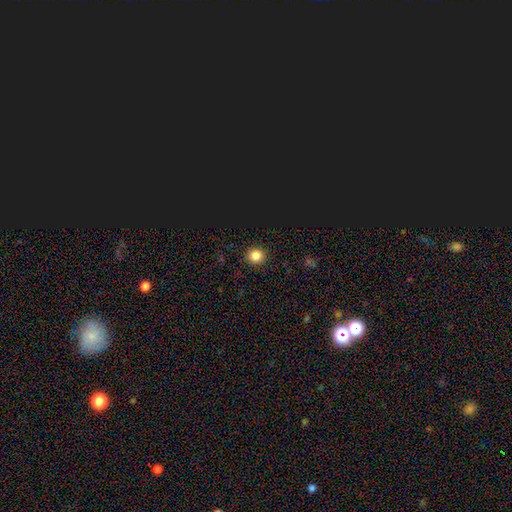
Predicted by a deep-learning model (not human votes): Q: Smooth or featured?
A: smooth (82%); runner-up: star or artifact (14%)
Q: How rounded?
A: round (91%); runner-up: in between (8%)
Q: Merging?
A: none (92%); runner-up: minor disturbance (5%)